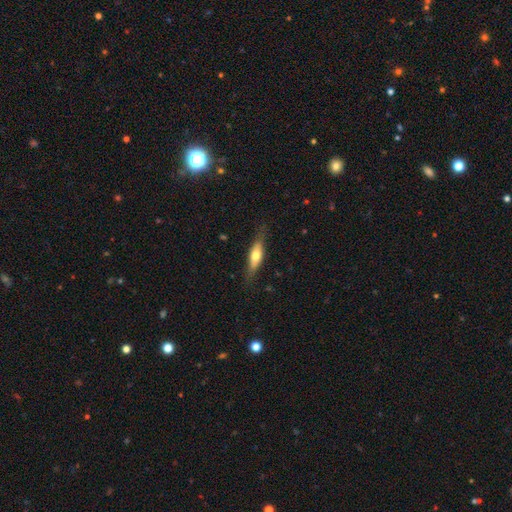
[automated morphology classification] Smooth or featured?
  - smooth: 54% *
  - featured or disk: 40%
  - star or artifact: 6%
How rounded?
  - cigar-shaped: 54% *
  - in between: 43%
  - round: 3%
Merging?
  - none: 76% *
  - minor disturbance: 18%
  - major disturbance: 5%
  - merger: 1%